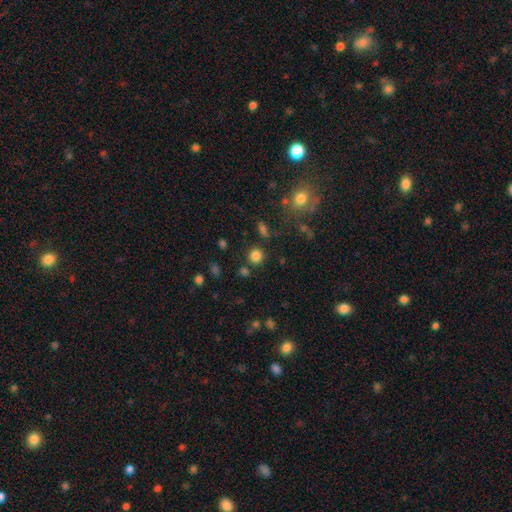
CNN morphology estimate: This is clearly a smooth galaxy (81%). How rounded: clearly round (89%). Merging: clearly none (83%).